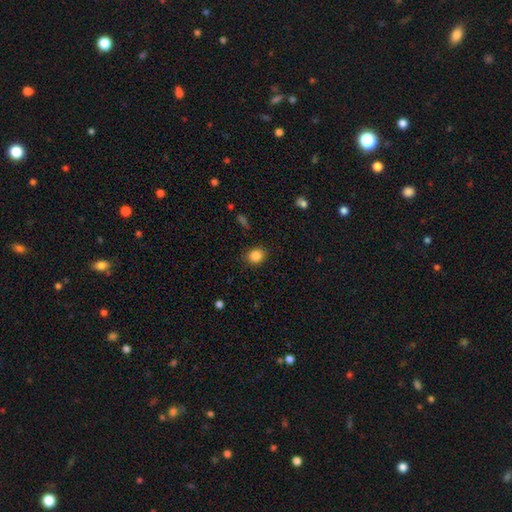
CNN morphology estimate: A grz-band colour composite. It shows a smooth galaxy with no disk features (86%) that is round (70%). Merging: none (87%).